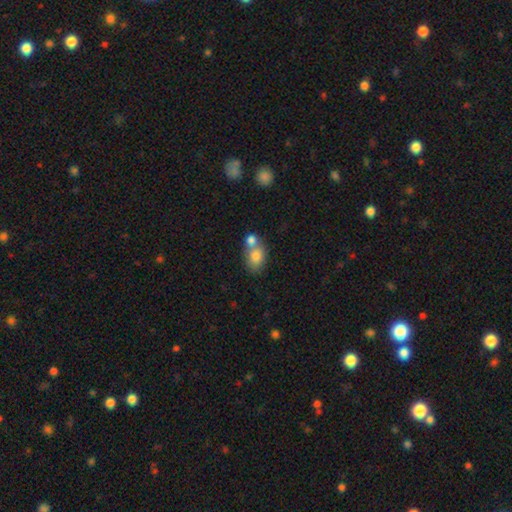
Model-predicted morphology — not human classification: smooth 80%, featured or disk 12%, star or artifact 9%. Down the decision tree: how rounded — in between (67%); merging — merger (46%).